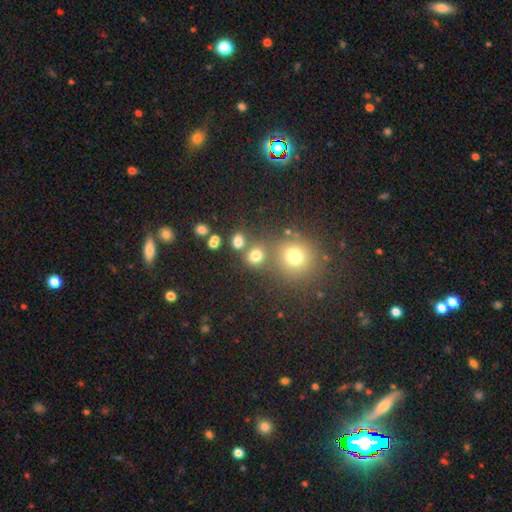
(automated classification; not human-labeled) Smooth or featured?
  - smooth: 76% *
  - star or artifact: 17%
  - featured or disk: 7%
How rounded?
  - round: 78% *
  - in between: 21%
  - cigar-shaped: 1%
Merging?
  - none: 65% *
  - merger: 22%
  - minor disturbance: 9%
  - major disturbance: 4%